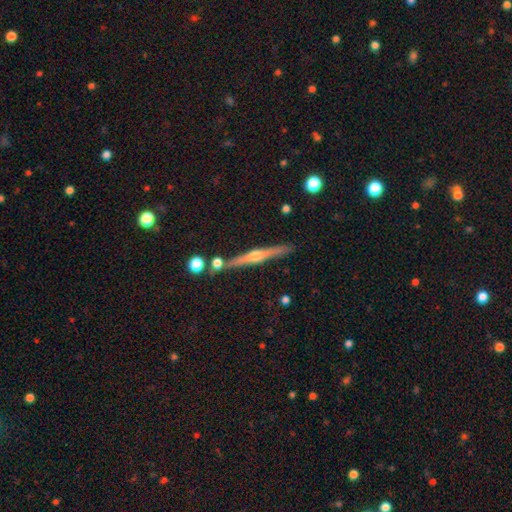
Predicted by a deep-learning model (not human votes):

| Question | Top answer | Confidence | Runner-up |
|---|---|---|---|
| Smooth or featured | featured or disk | 77% | smooth (16%) |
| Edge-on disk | yes | 98% | no (2%) |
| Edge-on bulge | rounded | 90% | none (5%) |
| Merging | none | 86% | minor disturbance (8%) |